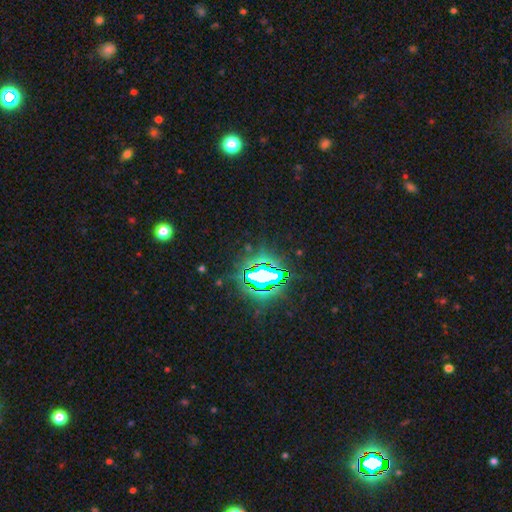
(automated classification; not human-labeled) This is clearly a star or artifact rather than a galaxy (83%).